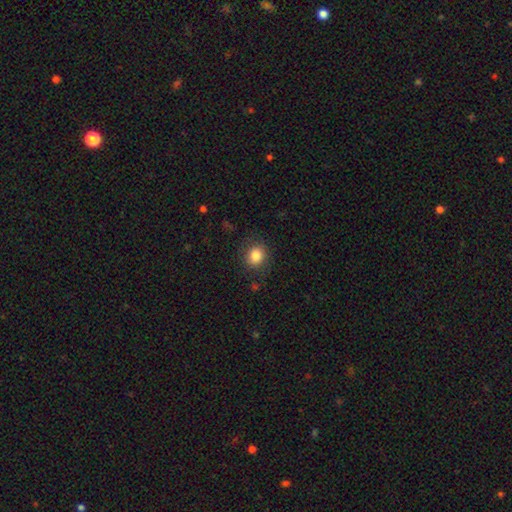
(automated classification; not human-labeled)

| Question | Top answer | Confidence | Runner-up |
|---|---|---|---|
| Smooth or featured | smooth | 83% | star or artifact (10%) |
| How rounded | round | 75% | in between (24%) |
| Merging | none | 84% | minor disturbance (11%) |